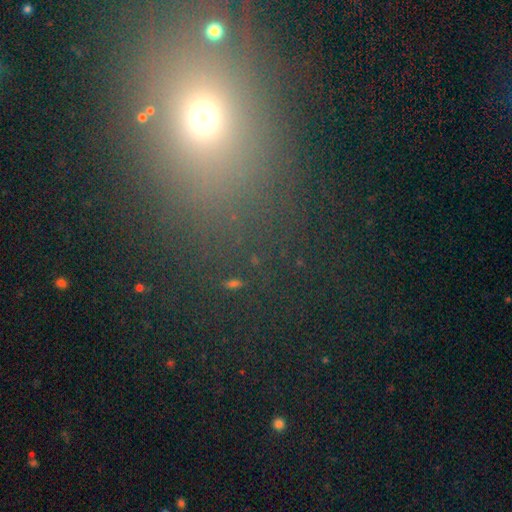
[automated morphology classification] type=smooth (46%); merging=none (79%).